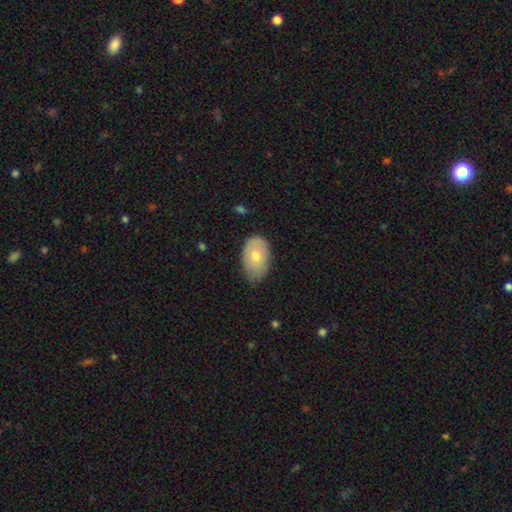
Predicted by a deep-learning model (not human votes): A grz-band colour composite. It shows a smooth galaxy with no disk features (67%) that is in between round and cigar-shaped (88%). Merging: none (65%).